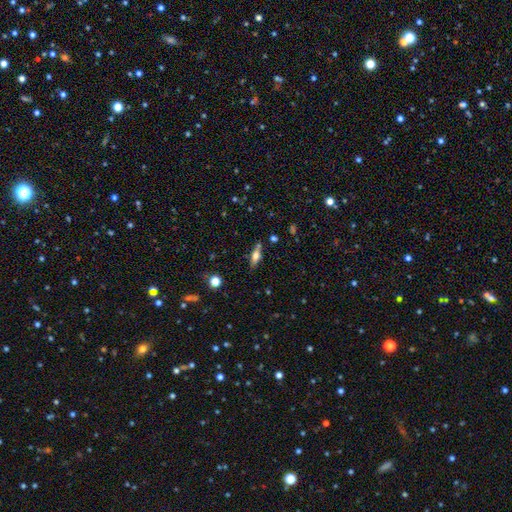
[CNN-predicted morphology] Smooth or featured: smooth — 49% (featured or disk — 42%)
Merging: none — 76% (minor disturbance — 14%)